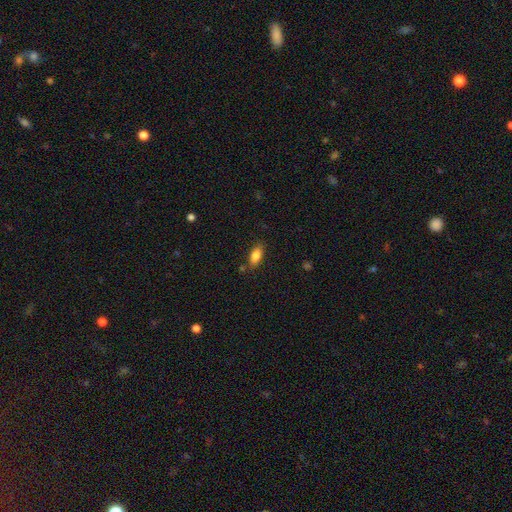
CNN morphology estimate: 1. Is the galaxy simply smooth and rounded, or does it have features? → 84% smooth, 8% featured or disk, 8% star or artifact.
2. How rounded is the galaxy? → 87% in between, 9% cigar-shaped, 4% round.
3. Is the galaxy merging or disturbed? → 80% none, 13% minor disturbance, 3% major disturbance, 3% merger.